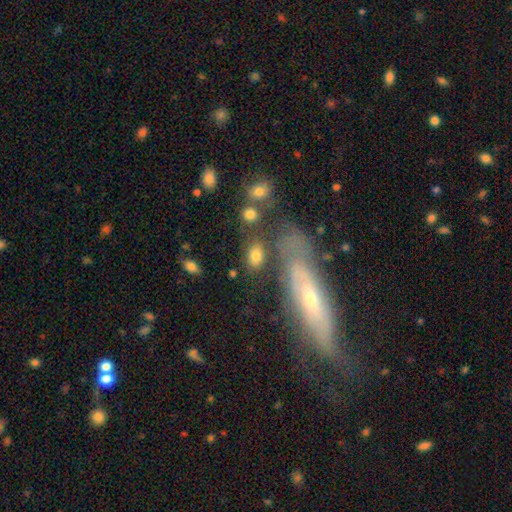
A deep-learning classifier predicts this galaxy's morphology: Q: Smooth or featured?
A: smooth (78%); runner-up: featured or disk (12%)
Q: How rounded?
A: in between (83%); runner-up: round (13%)
Q: Merging?
A: none (69%); runner-up: minor disturbance (14%)